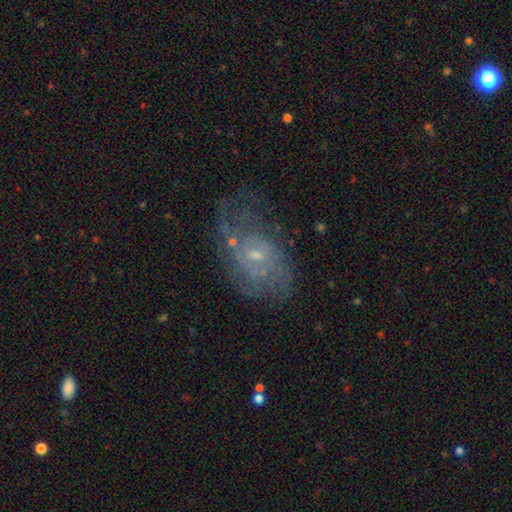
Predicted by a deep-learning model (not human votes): Smooth or featured: featured or disk — 74% (smooth — 15%)
Edge-on disk: no — 96% (yes — 4%)
Bar: no — 60% (weak — 35%)
Spiral arms: yes — 84% (no — 16%)
Spiral winding: tight — 44% (medium — 38%)
Spiral arm count: can't tell — 44% (2 — 31%)
Bulge size: small — 69% (moderate — 25%)
Merging: none — 56% (minor disturbance — 22%)